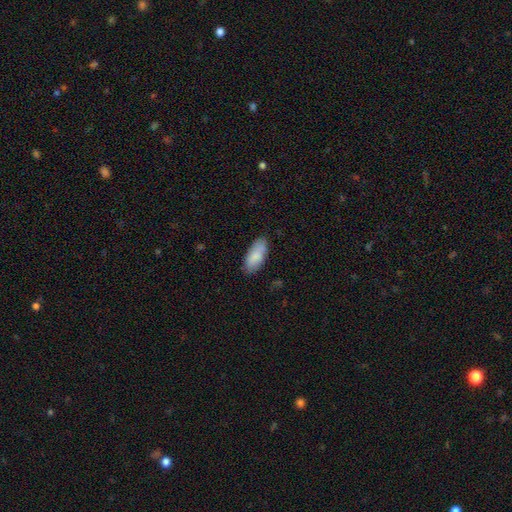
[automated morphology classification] type=smooth (86%); roundness=in between (87%); merging=none (82%).